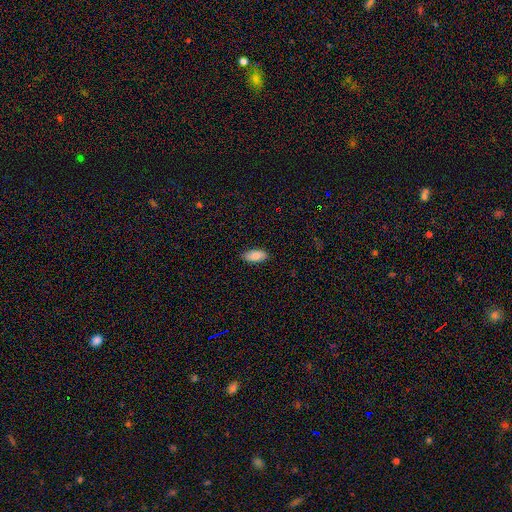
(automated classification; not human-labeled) smooth 84%, featured or disk 10%, star or artifact 7%. Down the decision tree: how rounded — in between (91%); merging — none (87%).